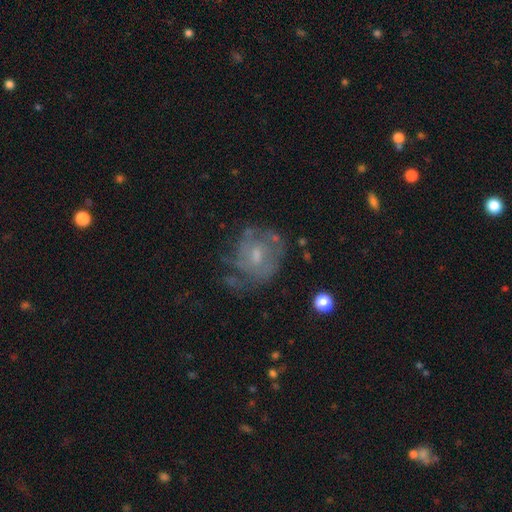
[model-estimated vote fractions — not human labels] This appears to be a featured or disk galaxy (65%) with no bar (58%), spiral arms (62%) and a small central bulge (47%). Merging: none (52%).